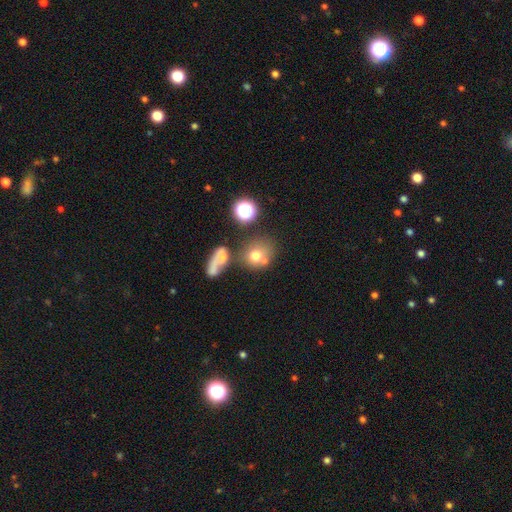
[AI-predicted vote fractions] Smooth or featured? smooth (69%)
How rounded? round (76%)
Merging? none (49%)